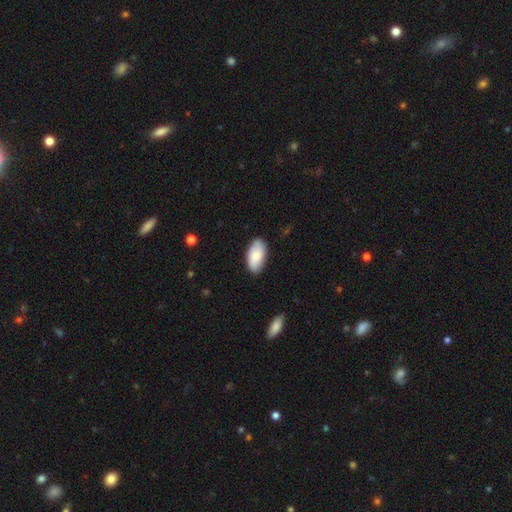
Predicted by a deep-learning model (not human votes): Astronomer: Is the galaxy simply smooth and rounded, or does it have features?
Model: smooth — 84%.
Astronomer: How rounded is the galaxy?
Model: in between — 95%.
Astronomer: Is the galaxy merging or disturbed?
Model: none — 85%.